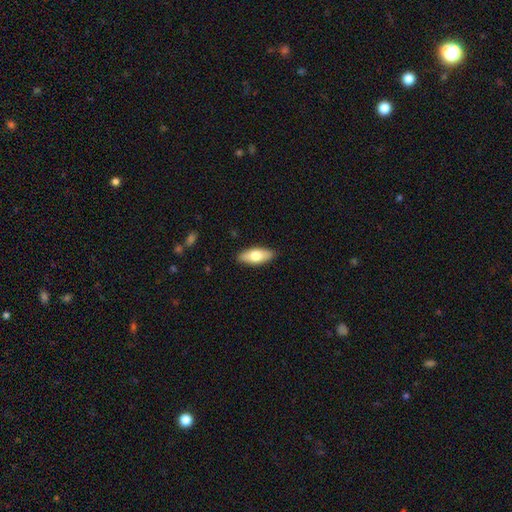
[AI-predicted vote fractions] A smooth galaxy with no disk features (71%) that is in between round and cigar-shaped (81%).

Vote fractions:
- Smooth or featured? smooth: 71% / featured or disk: 23% / star or artifact: 6%
- How rounded? in between: 81% / cigar-shaped: 17% / round: 3%
- Merging? none: 89% / minor disturbance: 8% / major disturbance: 2% / merger: 1%